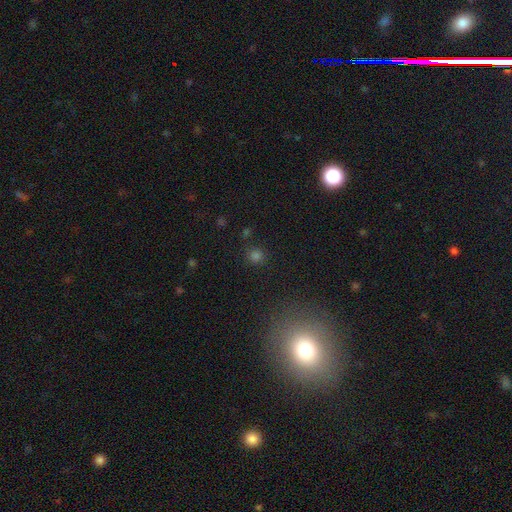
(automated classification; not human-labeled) Smooth or featured? smooth (69%)
How rounded? round (89%)
Merging? none (86%)